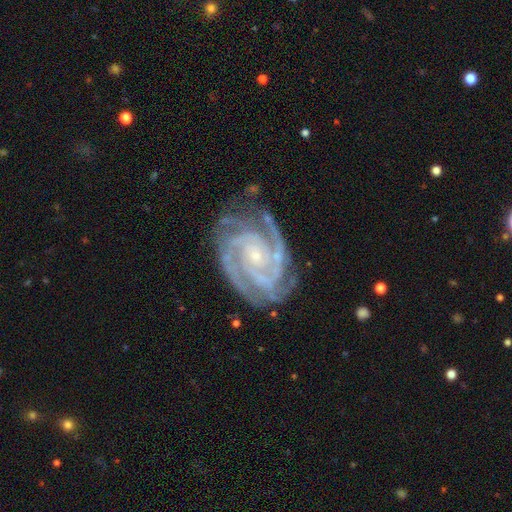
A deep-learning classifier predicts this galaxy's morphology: featured or disk 93%, star or artifact 5%, smooth 3%. Down the decision tree: edge-on disk — no (98%); bar — no (64%); spiral arms — yes (99%); spiral arm count — 2 (39%); spiral winding — tight (73%); bulge size — small (80%); merging — none (74%).